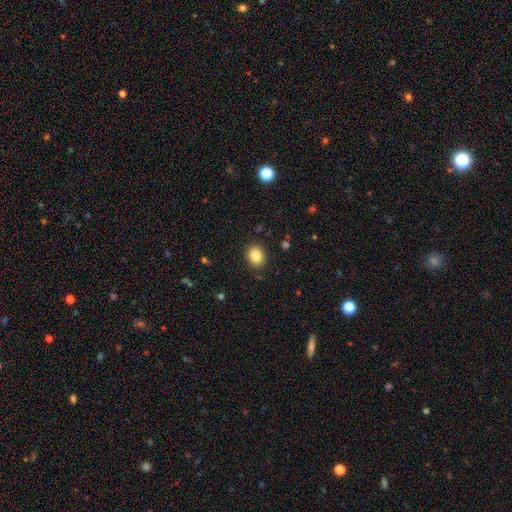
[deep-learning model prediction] Overall: smooth (84%). How rounded: round (60%; in between 40%). Merging: none (88%).